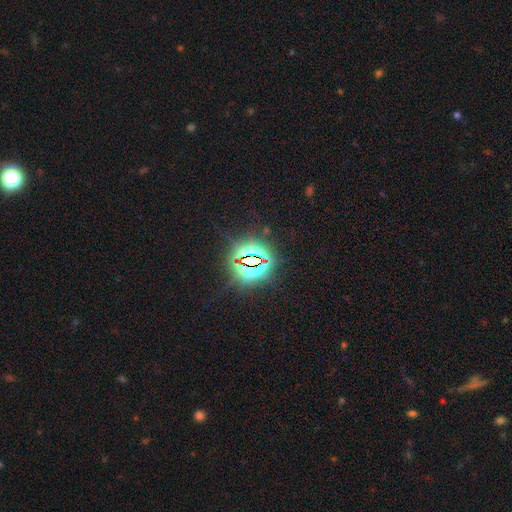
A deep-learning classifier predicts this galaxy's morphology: The model was most divided on "smooth or featured": star or artifact: 83%, smooth: 10%, featured or disk: 7%.